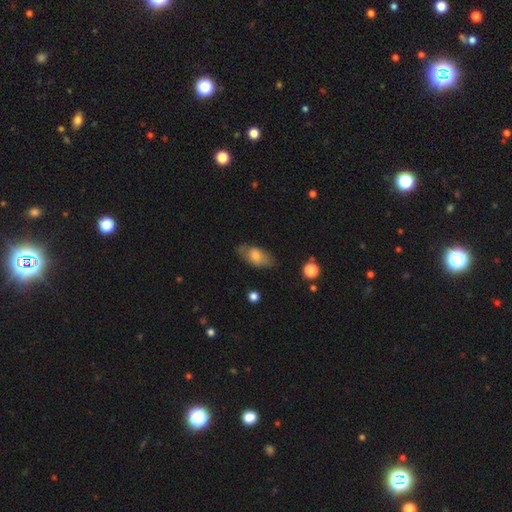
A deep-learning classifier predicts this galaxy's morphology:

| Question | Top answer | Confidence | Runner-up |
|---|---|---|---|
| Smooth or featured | smooth | 66% | featured or disk (27%) |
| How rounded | in between | 89% | cigar-shaped (6%) |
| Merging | none | 68% | minor disturbance (23%) |